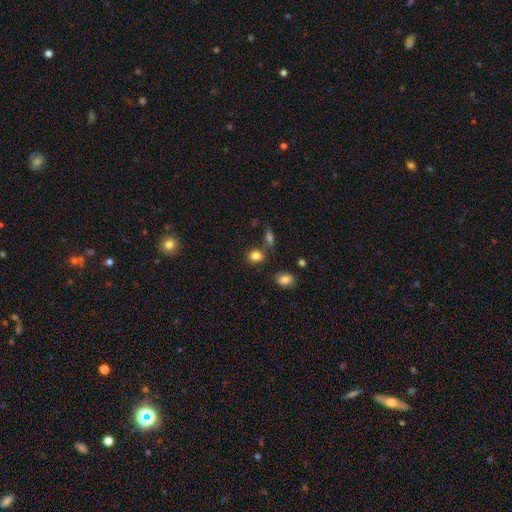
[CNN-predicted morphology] The model was most divided on "how rounded": round: 56%, in between: 43%, cigar-shaped: 2%. More confident: smooth or featured — smooth (84%); merging — none (70%).